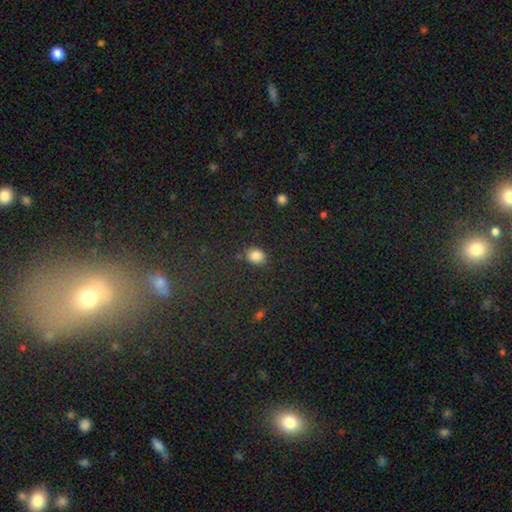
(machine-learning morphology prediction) Overall: smooth (84%). How rounded: in between (57%; round 42%). Merging: none (82%).